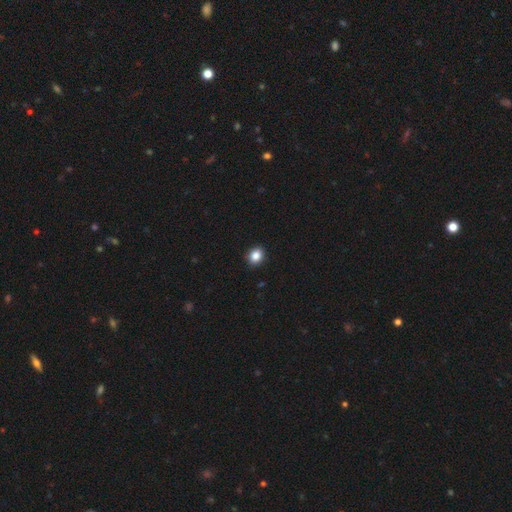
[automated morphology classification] This is clearly a smooth galaxy (86%). How rounded: possibly round (56%). Merging: clearly none (90%).